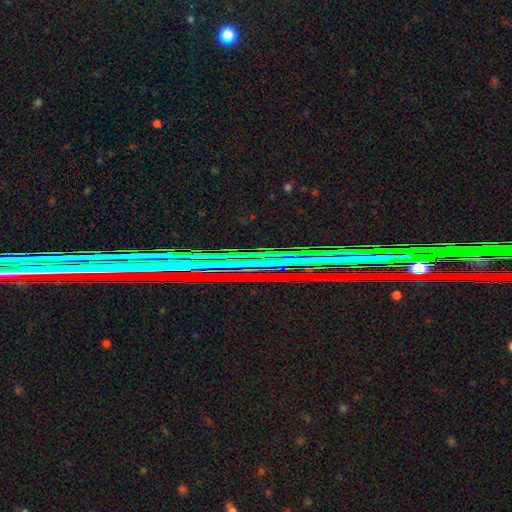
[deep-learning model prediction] A star or artifact, not a galaxy (80%).